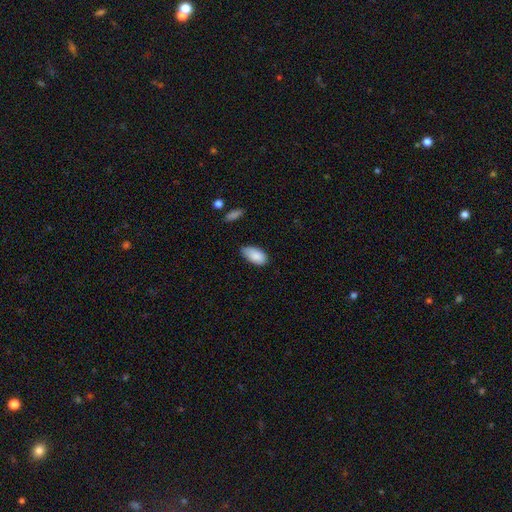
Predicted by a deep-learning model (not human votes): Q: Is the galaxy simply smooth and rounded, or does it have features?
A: smooth — 87%.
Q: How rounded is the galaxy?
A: in between — 94%.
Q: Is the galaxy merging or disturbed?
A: none — 68%.